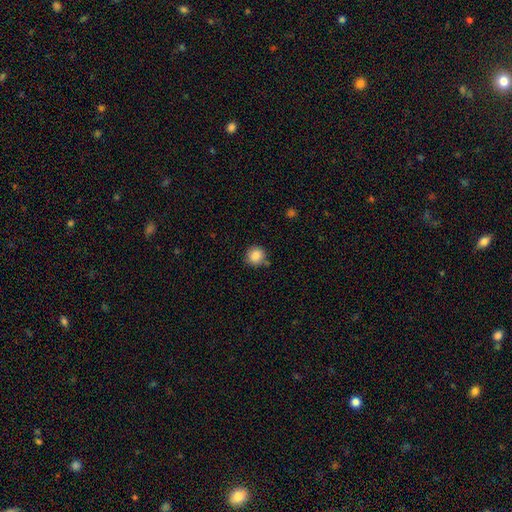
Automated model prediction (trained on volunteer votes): Smooth or featured? Predicted: smooth (p=0.87). How rounded? Predicted: round (p=0.92). Merging? Predicted: none (p=0.82).